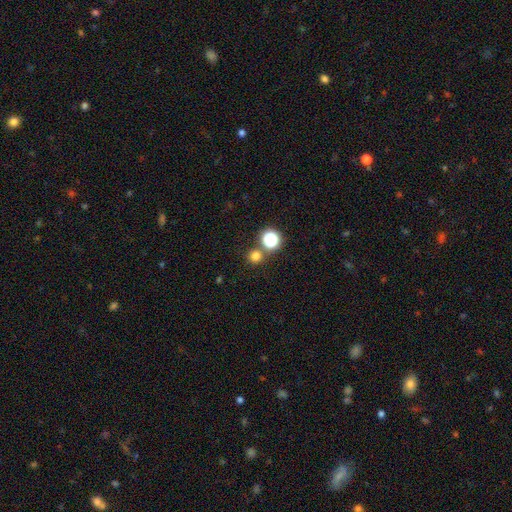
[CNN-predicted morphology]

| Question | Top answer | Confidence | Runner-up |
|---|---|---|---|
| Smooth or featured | smooth | 73% | star or artifact (22%) |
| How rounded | round | 93% | in between (6%) |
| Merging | none | 76% | merger (14%) |